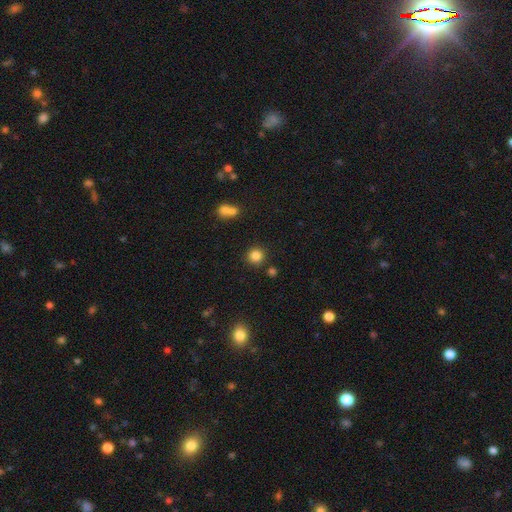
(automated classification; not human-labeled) Smooth or featured? Predicted: smooth (p=0.83). How rounded? Predicted: round (p=0.92). Merging? Predicted: none (p=0.84).